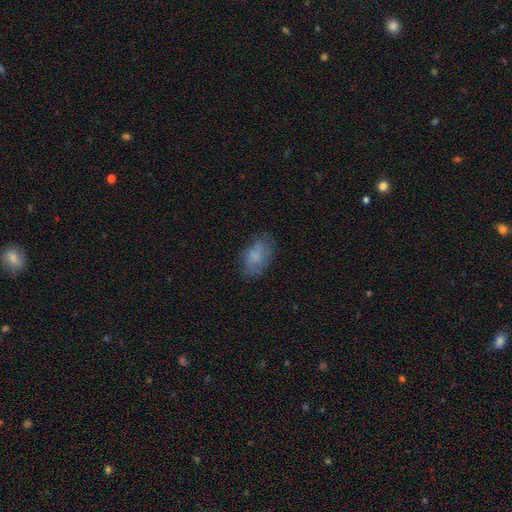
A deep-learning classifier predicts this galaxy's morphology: Smooth or featured? Predicted: smooth (p=0.69). How rounded? Predicted: in between (p=0.89). Merging? Predicted: none (p=0.68).